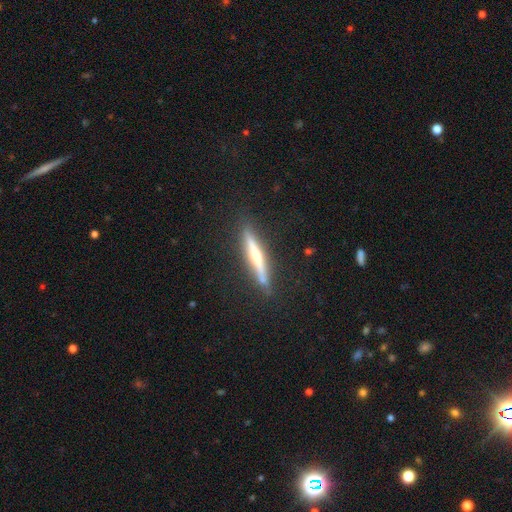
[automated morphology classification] type=featured or disk (70%); edge-on=yes (97%); edge-on bulge=rounded (76%); merging=none (85%).